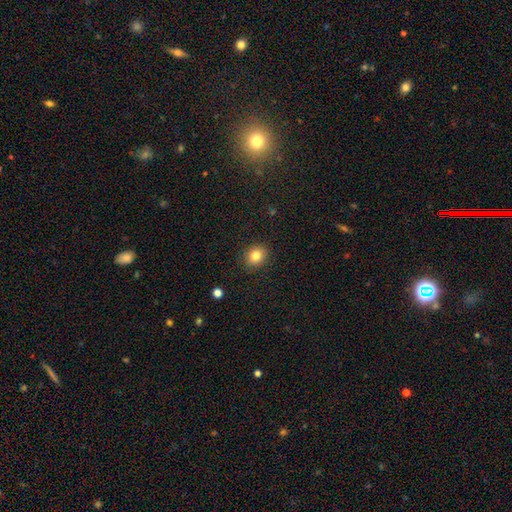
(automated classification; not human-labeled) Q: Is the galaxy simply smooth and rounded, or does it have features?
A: smooth — 82%.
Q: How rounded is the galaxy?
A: round — 61%.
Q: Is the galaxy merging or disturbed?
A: none — 88%.